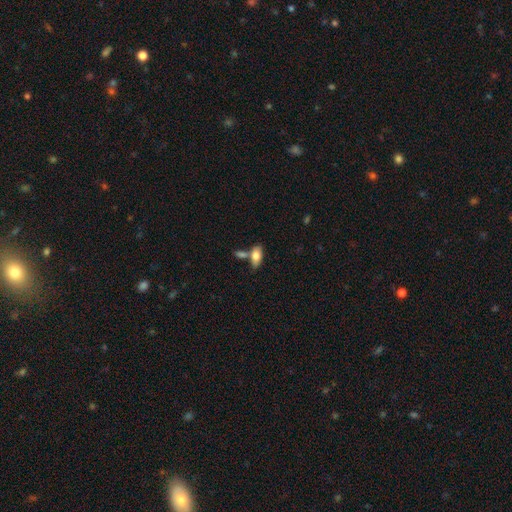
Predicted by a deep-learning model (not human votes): A smooth galaxy with no disk features (76%) that is in between round and cigar-shaped (89%).

Vote fractions:
- Smooth or featured? smooth: 76% / featured or disk: 17% / star or artifact: 7%
- How rounded? in between: 89% / cigar-shaped: 8% / round: 4%
- Merging? none: 53% / merger: 29% / minor disturbance: 14% / major disturbance: 4%